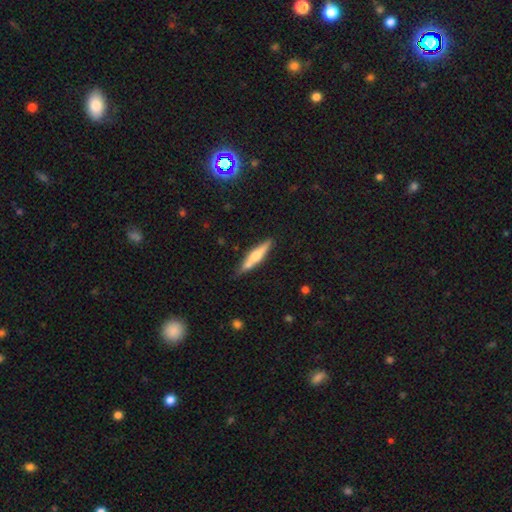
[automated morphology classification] Smooth or featured? featured or disk (51%)
Edge-on disk? yes (94%)
Merging? none (77%)